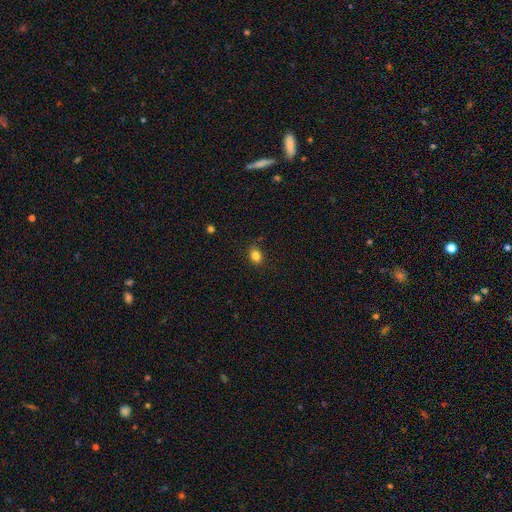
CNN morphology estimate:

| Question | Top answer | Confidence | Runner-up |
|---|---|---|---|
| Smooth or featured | smooth | 83% | star or artifact (11%) |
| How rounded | in between | 59% | round (39%) |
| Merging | none | 82% | minor disturbance (14%) |